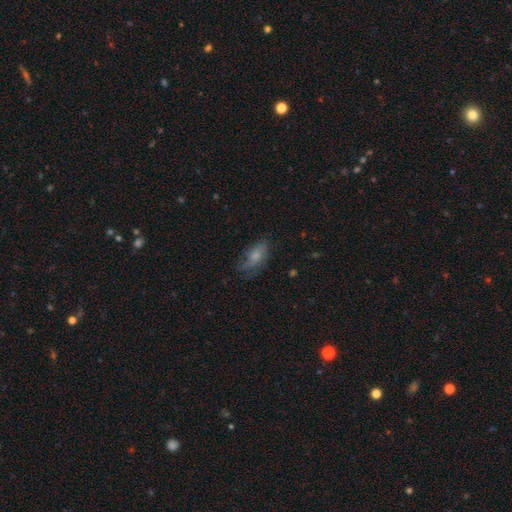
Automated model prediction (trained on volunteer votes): Smooth or featured: smooth — 67% (featured or disk — 23%)
How rounded: in between — 82% (cigar-shaped — 13%)
Merging: none — 55% (minor disturbance — 29%)